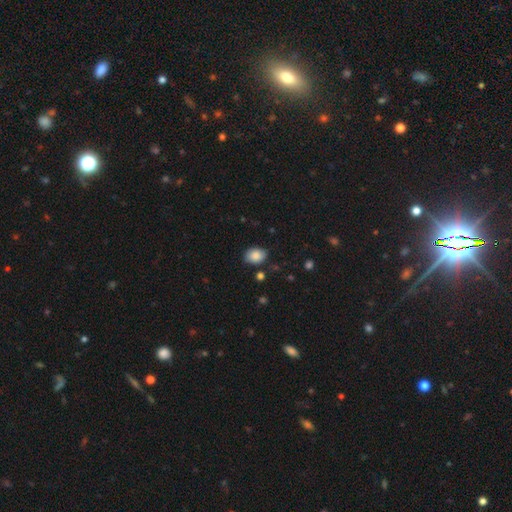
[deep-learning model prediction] Q: Smooth or featured?
A: smooth (86%); runner-up: star or artifact (8%)
Q: How rounded?
A: in between (72%); runner-up: round (27%)
Q: Merging?
A: none (79%); runner-up: minor disturbance (15%)